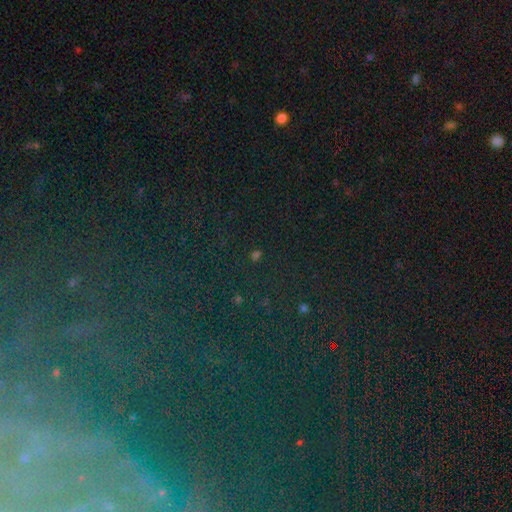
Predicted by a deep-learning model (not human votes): Smooth or featured? star or artifact (66%)